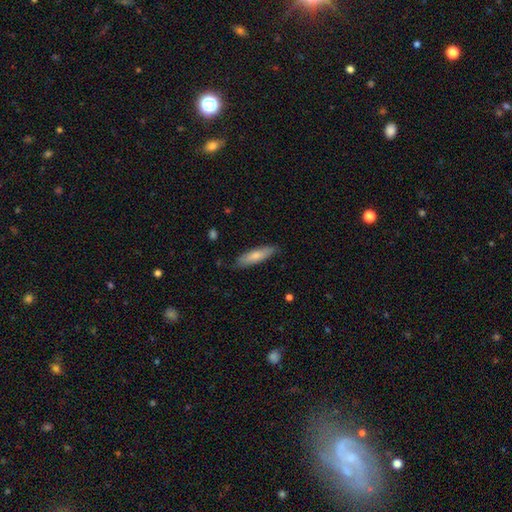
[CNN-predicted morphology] Q: Smooth or featured?
A: smooth (74%); runner-up: featured or disk (20%)
Q: How rounded?
A: cigar-shaped (64%); runner-up: in between (34%)
Q: Merging?
A: none (82%); runner-up: minor disturbance (15%)